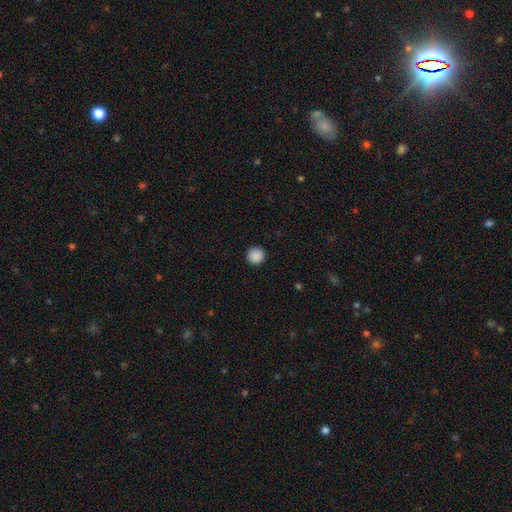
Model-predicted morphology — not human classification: Smooth or featured? Predicted: smooth (p=0.89). How rounded? Predicted: round (p=0.96). Merging? Predicted: none (p=0.93).